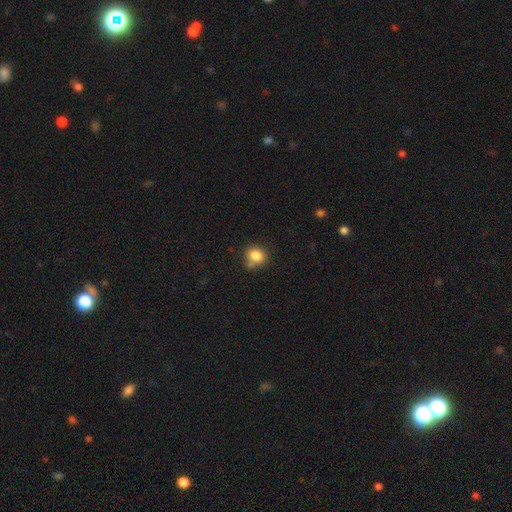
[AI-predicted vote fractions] Smooth or featured?
  - smooth: 84% *
  - star or artifact: 10%
  - featured or disk: 6%
How rounded?
  - round: 76% *
  - in between: 23%
  - cigar-shaped: 1%
Merging?
  - none: 67% *
  - minor disturbance: 17%
  - merger: 11%
  - major disturbance: 4%